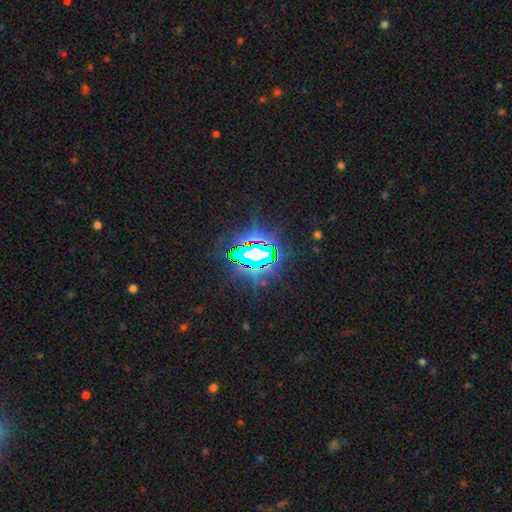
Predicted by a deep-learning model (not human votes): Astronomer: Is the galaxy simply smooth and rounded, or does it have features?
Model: star or artifact — 79%.